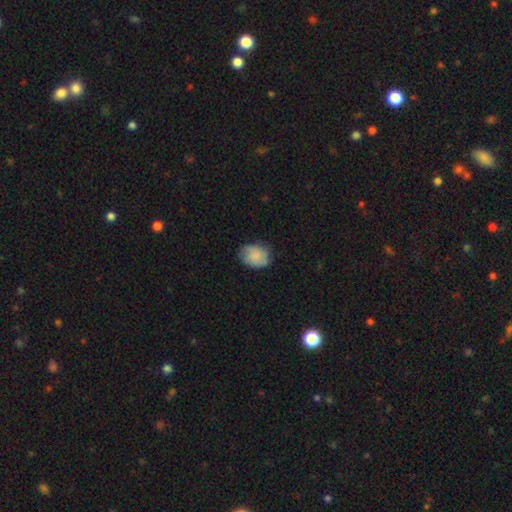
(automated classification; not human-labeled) The model was most divided on "how rounded": in between: 59%, round: 41%, cigar-shaped: 1%. More confident: smooth or featured — smooth (81%); merging — none (70%).